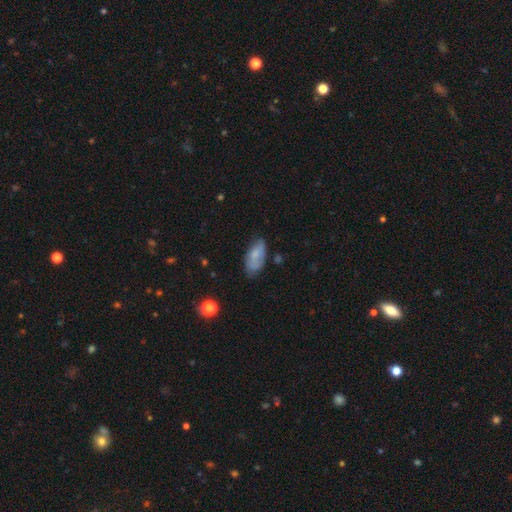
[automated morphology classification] type=smooth (67%); roundness=in between (90%); merging=none (60%).